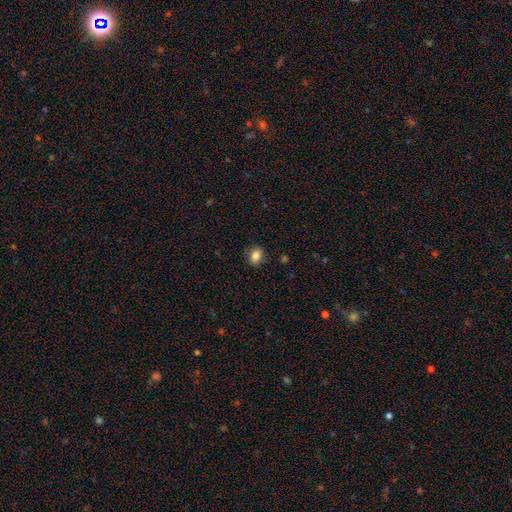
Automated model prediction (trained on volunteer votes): Q: Smooth or featured?
A: smooth (85%); runner-up: star or artifact (10%)
Q: How rounded?
A: in between (60%); runner-up: round (39%)
Q: Merging?
A: none (86%); runner-up: minor disturbance (10%)